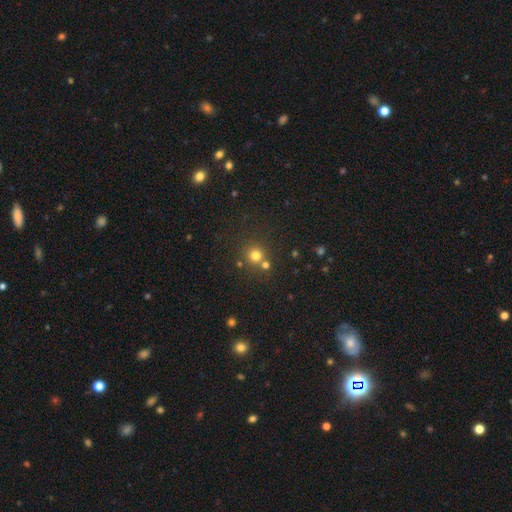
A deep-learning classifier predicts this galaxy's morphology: smooth-or-featured: smooth: 74% | star or artifact: 18% | featured or disk: 7%
  how-rounded: round: 93% | in between: 6% | cigar-shaped: 1%
  merging: none: 68% | merger: 22% | minor disturbance: 7% | major disturbance: 3%